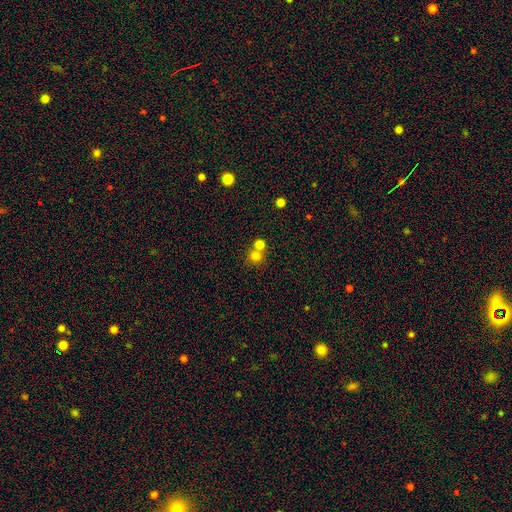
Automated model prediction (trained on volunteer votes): The model was most divided on "merging": none: 52%, merger: 40%, minor disturbance: 5%, major disturbance: 2%. More confident: how rounded — round (88%); smooth or featured — smooth (78%).